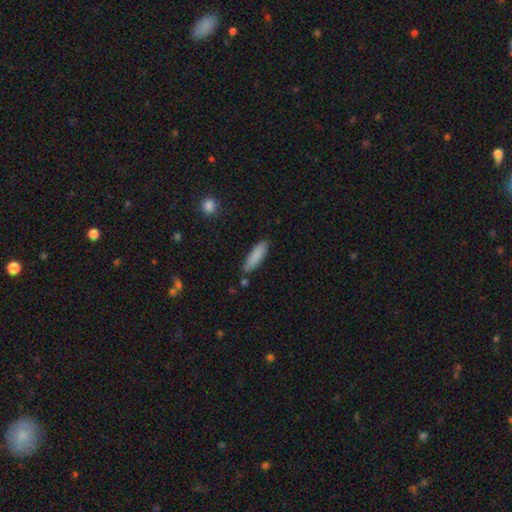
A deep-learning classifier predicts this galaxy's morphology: Smooth or featured? Predicted: smooth (p=0.86). How rounded? Predicted: cigar-shaped (p=0.66). Merging? Predicted: none (p=0.83).